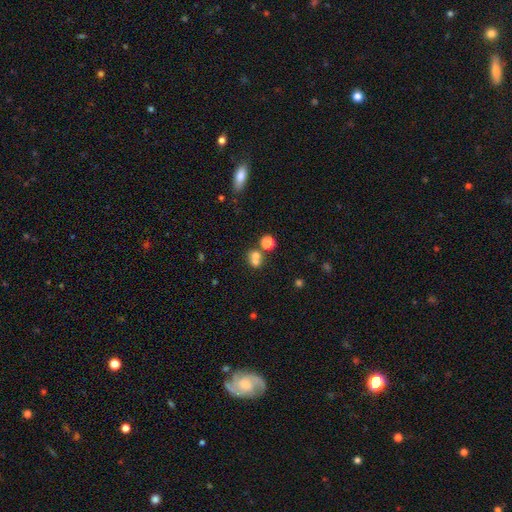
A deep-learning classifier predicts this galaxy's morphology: Smooth or featured?
  - smooth: 68% *
  - star or artifact: 17%
  - featured or disk: 15%
How rounded?
  - round: 76% *
  - in between: 23%
  - cigar-shaped: 1%
Merging?
  - merger: 53% *
  - none: 37%
  - minor disturbance: 7%
  - major disturbance: 4%